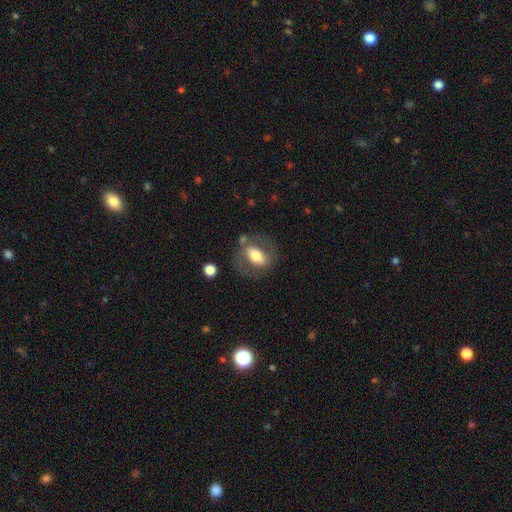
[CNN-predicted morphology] A smooth galaxy with no disk features (48%).

Vote fractions:
- Smooth or featured? smooth: 48% / featured or disk: 45% / star or artifact: 7%
- Merging? none: 66% / minor disturbance: 17% / major disturbance: 12% / merger: 6%